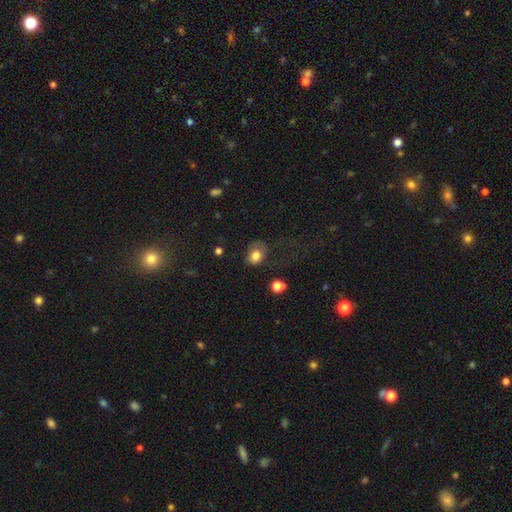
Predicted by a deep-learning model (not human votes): Smooth or featured: smooth — 78% (featured or disk — 13%)
How rounded: in between — 60% (round — 39%)
Merging: none — 47% (minor disturbance — 29%)